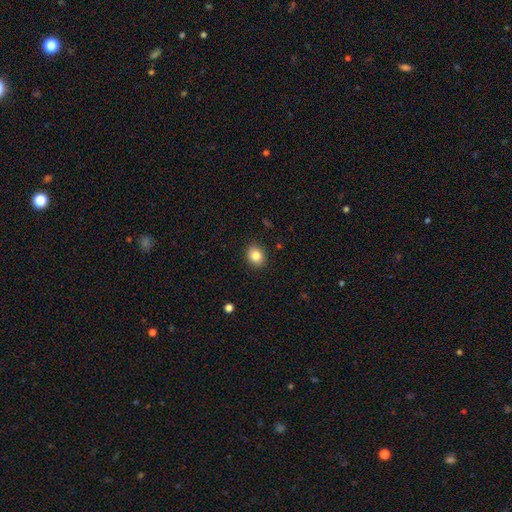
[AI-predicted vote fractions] Smooth or featured?
  - smooth: 84% *
  - star or artifact: 10%
  - featured or disk: 6%
How rounded?
  - round: 60% *
  - in between: 39%
  - cigar-shaped: 1%
Merging?
  - none: 89% *
  - minor disturbance: 8%
  - major disturbance: 2%
  - merger: 1%